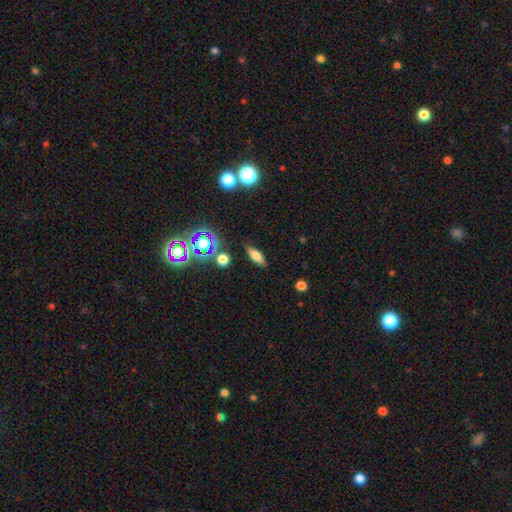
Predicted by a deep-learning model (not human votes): Smooth or featured? Predicted: smooth (p=0.62). How rounded? Predicted: in between (p=0.61). Merging? Predicted: none (p=0.84).